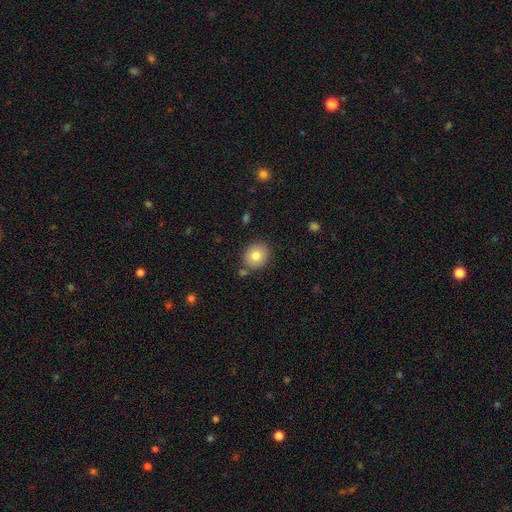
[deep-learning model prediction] The model was most divided on "how rounded": round: 73%, in between: 26%, cigar-shaped: 1%. More confident: merging — none (81%); smooth or featured — smooth (81%).